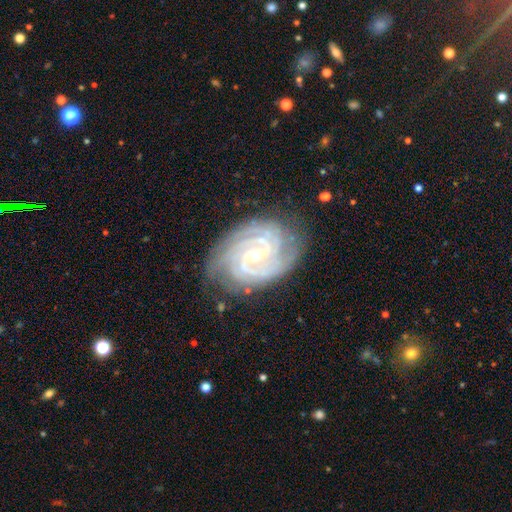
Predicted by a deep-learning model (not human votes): smooth-or-featured: featured or disk: 91% | star or artifact: 5% | smooth: 4%
  disk-edge-on: no: 97% | yes: 3%
    bar: weak: 43% | no: 39% | strong: 18%
    has-spiral-arms: yes: 98% | no: 2%
      spiral-winding: tight: 76% | medium: 21% | loose: 3%
      spiral-arm-count: 3: 26% | 4: 23% | 2: 21% | can't tell: 16% | more than 4: 8% | 1: 6%
    bulge-size: small: 65% | moderate: 32% | large: 1% | none: 1% | dominant: 1%
  merging: none: 78% | minor disturbance: 16% | major disturbance: 4% | merger: 1%